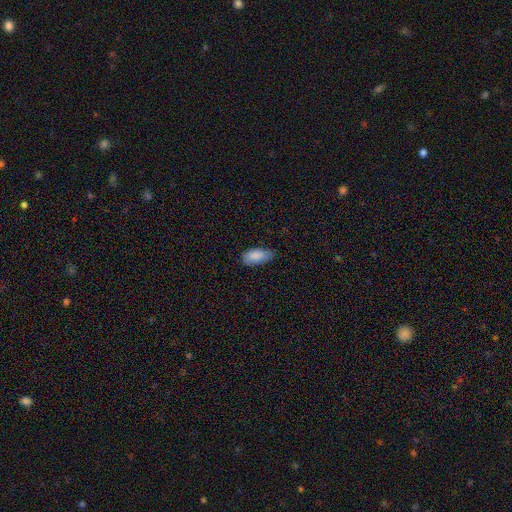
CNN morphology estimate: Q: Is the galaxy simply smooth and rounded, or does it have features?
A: smooth — 88%.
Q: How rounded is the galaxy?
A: in between — 90%.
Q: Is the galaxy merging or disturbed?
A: none — 66%.